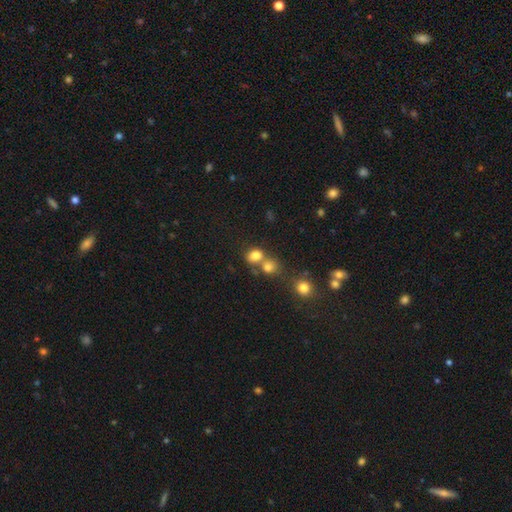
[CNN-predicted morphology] The model was most divided on "merging": none: 44%, merger: 42%, minor disturbance: 10%, major disturbance: 5%. More confident: smooth or featured — smooth (79%); how rounded — round (56%).